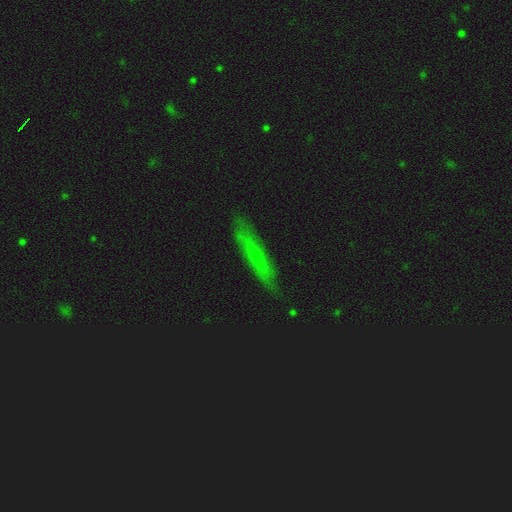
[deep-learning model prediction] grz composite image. It shows a smooth galaxy with no disk features (47%). Merging: none (84%).